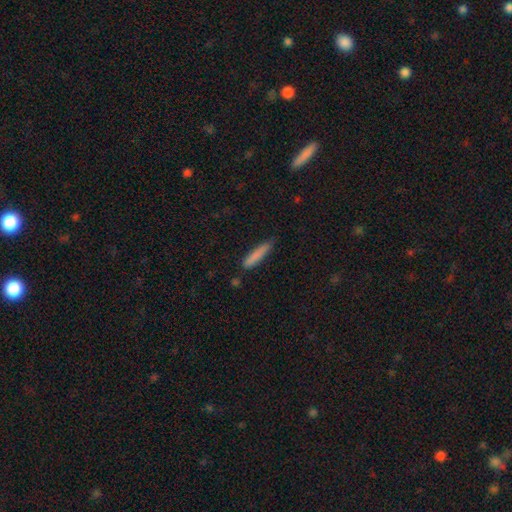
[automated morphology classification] smooth-or-featured: smooth: 83% | featured or disk: 11% | star or artifact: 6%
  how-rounded: cigar-shaped: 90% | in between: 9% | round: 1%
  merging: none: 79% | minor disturbance: 16% | major disturbance: 3% | merger: 2%